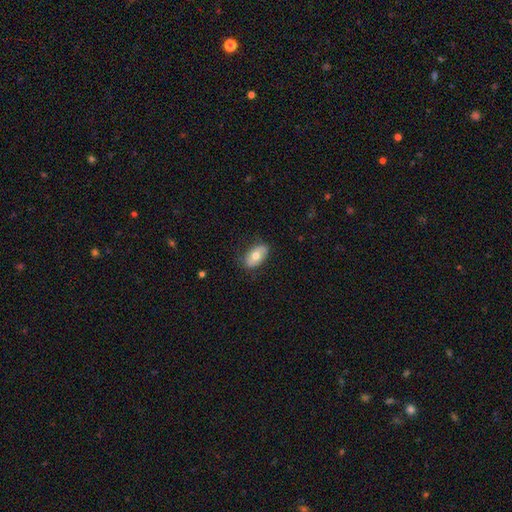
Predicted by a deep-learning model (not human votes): This appears to be a smooth galaxy with no disk features (63%) that is in between round and cigar-shaped (91%). Merging: none (78%).